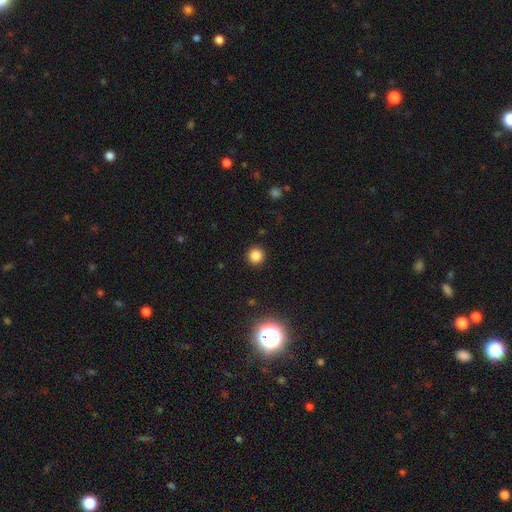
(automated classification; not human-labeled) Smooth or featured? Predicted: smooth (p=0.82). How rounded? Predicted: round (p=0.94). Merging? Predicted: none (p=0.92).